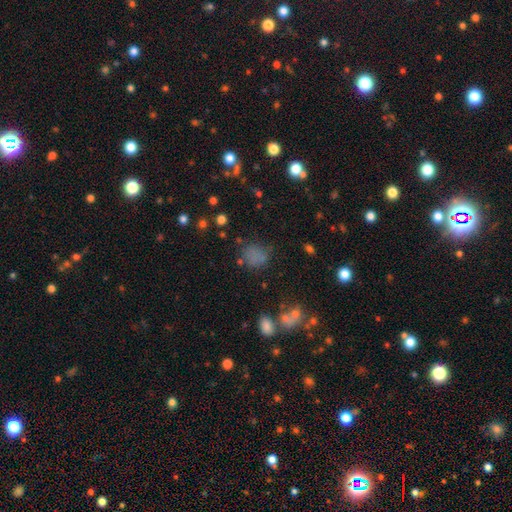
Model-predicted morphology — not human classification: smooth_or_featured: smooth (p=0.71) [alt: star or artifact p=0.19]
how_rounded: round (p=0.64) [alt: in between p=0.35]
merging: none (p=0.66) [alt: minor disturbance p=0.19]